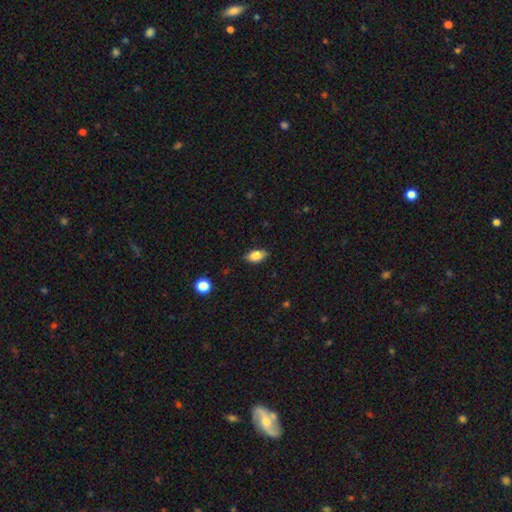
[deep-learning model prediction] Morphology: type=smooth (84%); roundness=in between (89%); merging=none (83%).